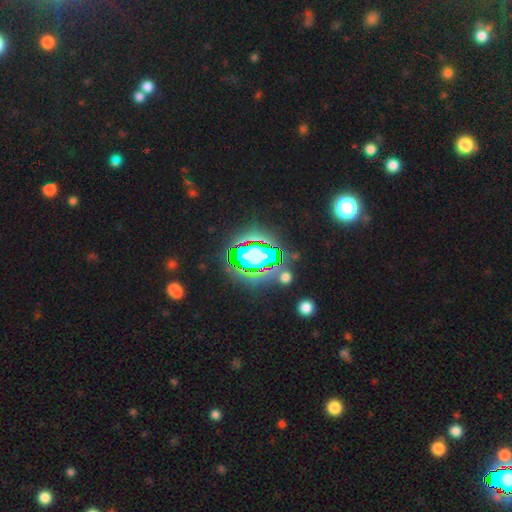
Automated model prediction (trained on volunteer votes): This appears to be a star or artifact, not a galaxy (62%).